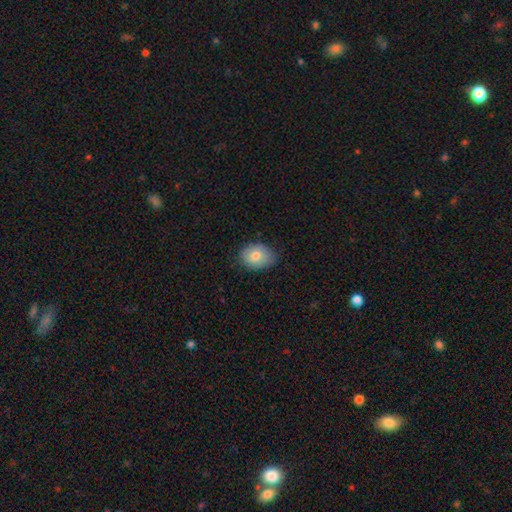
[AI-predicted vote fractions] A smooth galaxy with no disk features (78%) that is in between round and cigar-shaped (63%). Merging: none (74%).